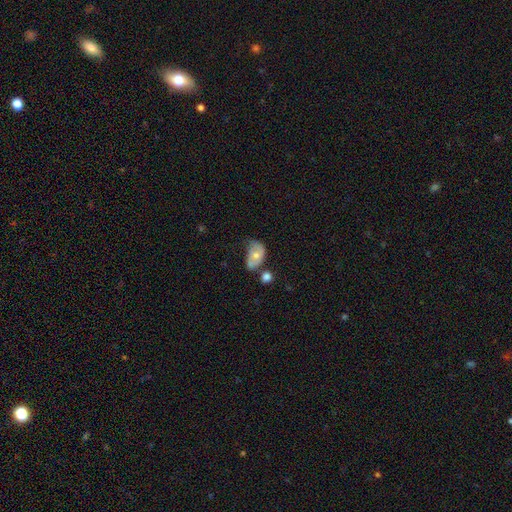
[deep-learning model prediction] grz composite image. It shows a smooth galaxy with no disk features (55%) that is in between round and cigar-shaped (85%). Merging: minor disturbance (37%).